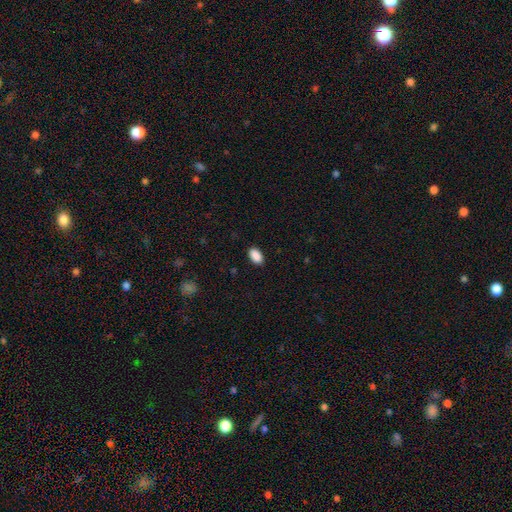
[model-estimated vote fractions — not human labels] Smooth or featured: smooth — 90% (star or artifact — 7%)
How rounded: in between — 93% (round — 5%)
Merging: none — 89% (minor disturbance — 9%)